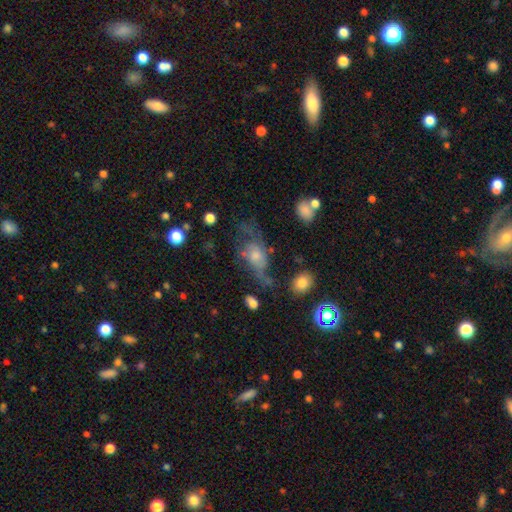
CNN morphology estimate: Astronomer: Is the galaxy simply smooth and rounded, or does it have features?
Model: featured or disk — 54% (runner-up: smooth, 32%).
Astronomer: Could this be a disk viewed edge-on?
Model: no — 90%.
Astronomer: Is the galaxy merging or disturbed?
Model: none — 37% (runner-up: major disturbance, 34%).